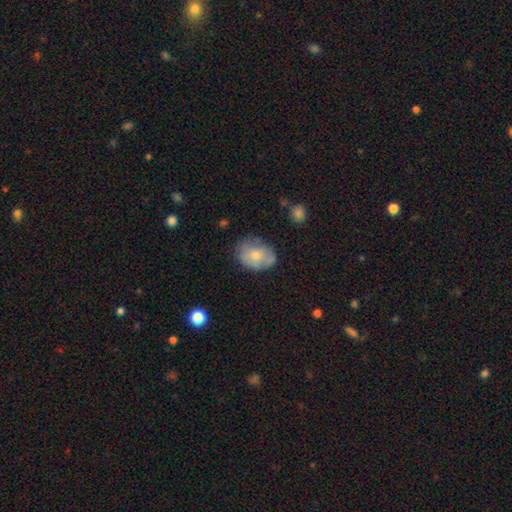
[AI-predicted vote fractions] Morphology: type=smooth (66%); roundness=in between (64%); merging=none (59%).